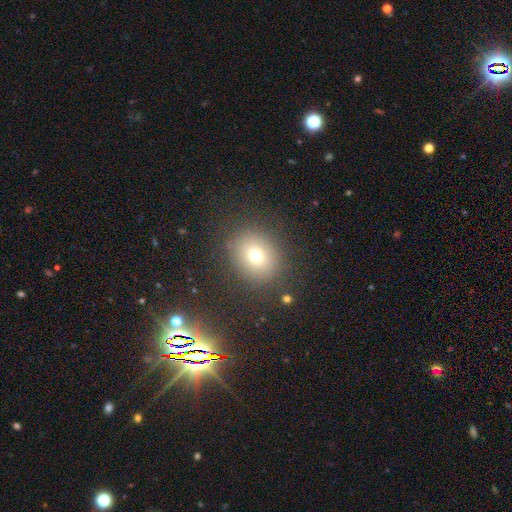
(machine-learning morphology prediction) A smooth galaxy with no disk features (72%) that is round (71%). Merging: none (86%).